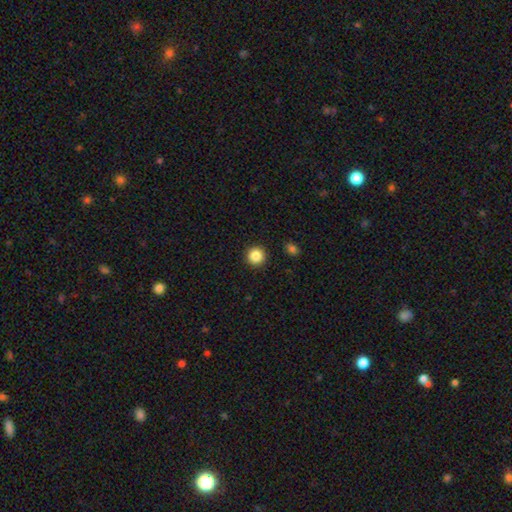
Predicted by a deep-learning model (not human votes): A smooth galaxy with no disk features (86%) that is round (95%).

Vote fractions:
- Smooth or featured? smooth: 86% / star or artifact: 10% / featured or disk: 4%
- How rounded? round: 95% / in between: 4% / cigar-shaped: 1%
- Merging? none: 93% / minor disturbance: 4% / major disturbance: 2% / merger: 1%